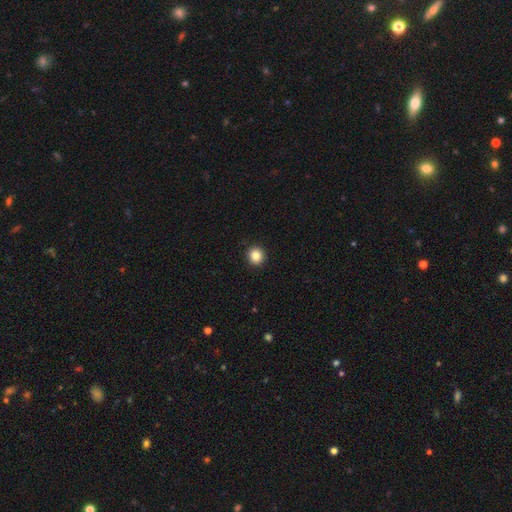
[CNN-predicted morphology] Smooth or featured?
  - smooth: 84% *
  - star or artifact: 11%
  - featured or disk: 5%
How rounded?
  - round: 93% *
  - in between: 6%
  - cigar-shaped: 1%
Merging?
  - none: 93% *
  - minor disturbance: 5%
  - major disturbance: 1%
  - merger: 1%